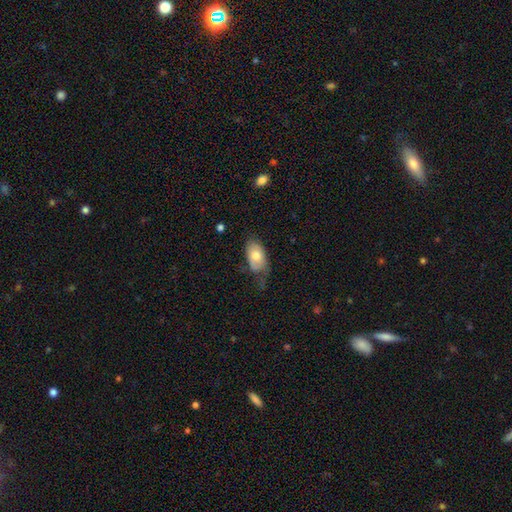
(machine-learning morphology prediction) Overall: smooth (68%). How rounded: in between (92%). Merging: none (46%; minor disturbance 34%).